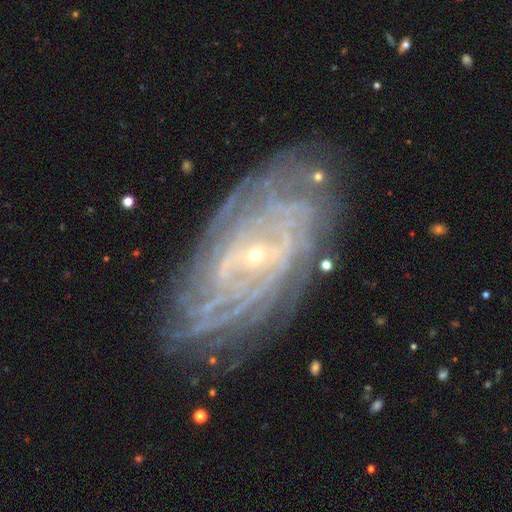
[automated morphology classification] The model was most divided on "spiral arm count": can't tell: 29%, more than 4: 27%, 4: 17%, 3: 10%, 2: 10%, 1: 7%. More confident: spiral arms — yes (96%); edge-on disk — no (94%); smooth or featured — featured or disk (88%); bulge size — small (87%); spiral winding — tight (76%); merging — none (75%); bar — no (59%).